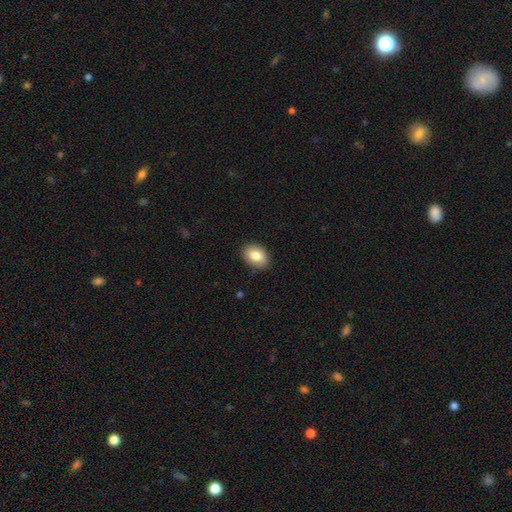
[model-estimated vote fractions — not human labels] Smooth or featured? smooth (83%)
How rounded? in between (81%)
Merging? none (87%)